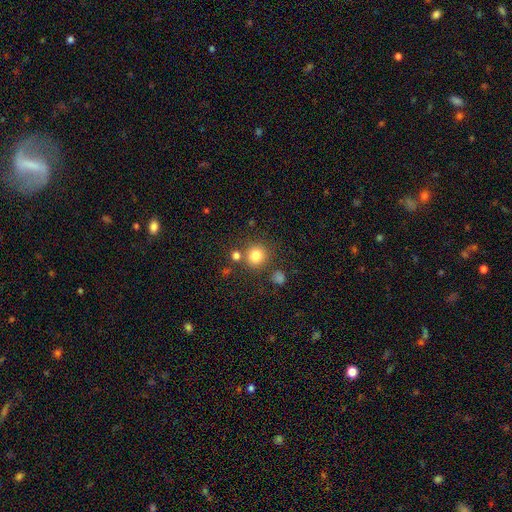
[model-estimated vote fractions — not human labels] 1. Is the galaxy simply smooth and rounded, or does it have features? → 81% smooth, 12% star or artifact, 7% featured or disk.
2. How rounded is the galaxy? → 92% round, 7% in between, 1% cigar-shaped.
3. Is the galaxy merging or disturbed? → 77% none, 11% merger, 9% minor disturbance, 4% major disturbance.